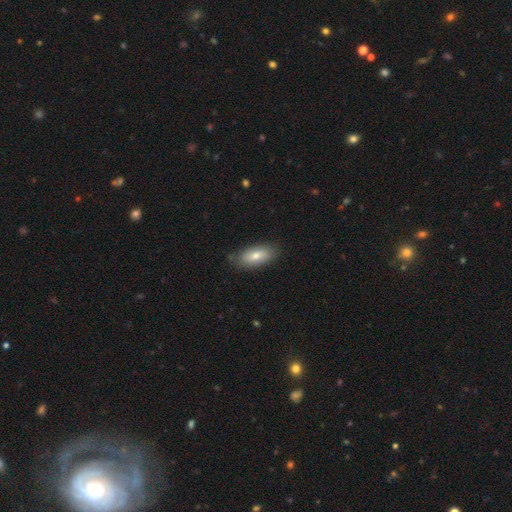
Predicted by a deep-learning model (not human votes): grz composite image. It shows a smooth galaxy with no disk features (73%) that is in between round and cigar-shaped (82%). Merging: none (81%).